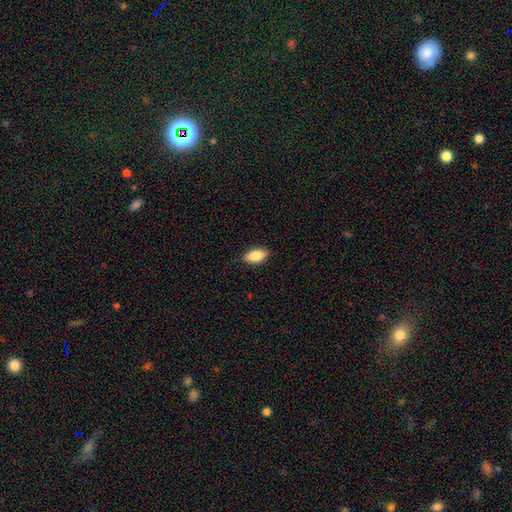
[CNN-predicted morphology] This appears to be a smooth galaxy with no disk features (87%) that is in between round and cigar-shaped (91%). Merging: none (87%).